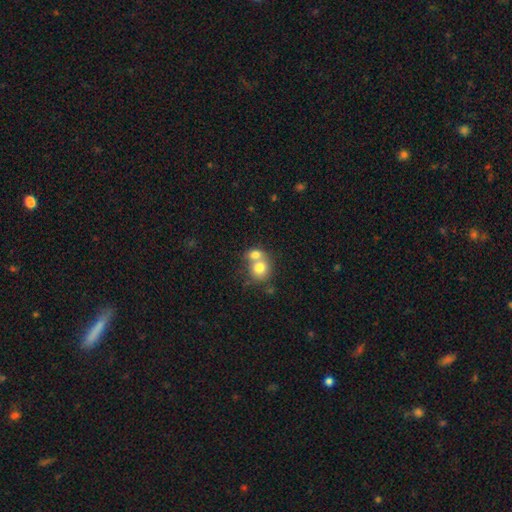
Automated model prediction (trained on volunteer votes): Smooth or featured? Predicted: smooth (p=0.74). How rounded? Predicted: round (p=0.67). Merging? Predicted: merger (p=0.64).